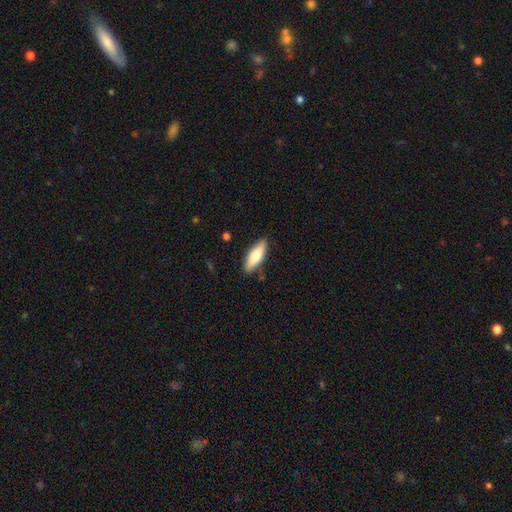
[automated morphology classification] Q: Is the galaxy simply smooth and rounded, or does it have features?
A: smooth — 73%.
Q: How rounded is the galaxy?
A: in between — 57%.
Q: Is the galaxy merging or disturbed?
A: none — 85%.